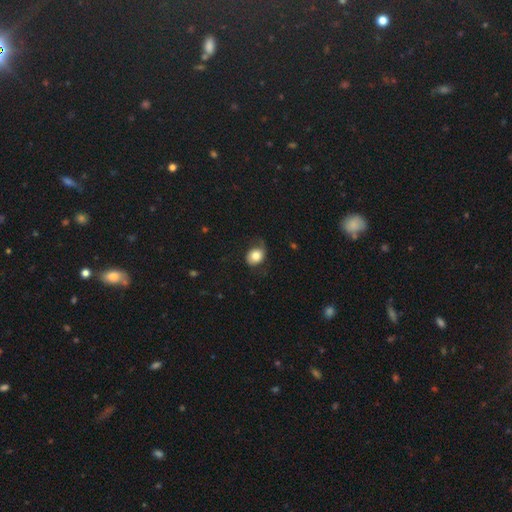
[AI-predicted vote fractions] Q: Smooth or featured?
A: smooth (74%); runner-up: featured or disk (18%)
Q: How rounded?
A: in between (54%); runner-up: round (45%)
Q: Merging?
A: none (55%); runner-up: minor disturbance (28%)